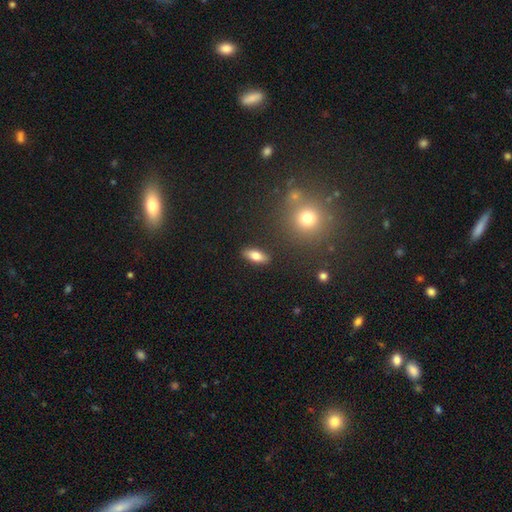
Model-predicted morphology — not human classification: This appears to be a smooth galaxy with no disk features (75%) that is in between round and cigar-shaped (78%). Merging: none (88%).